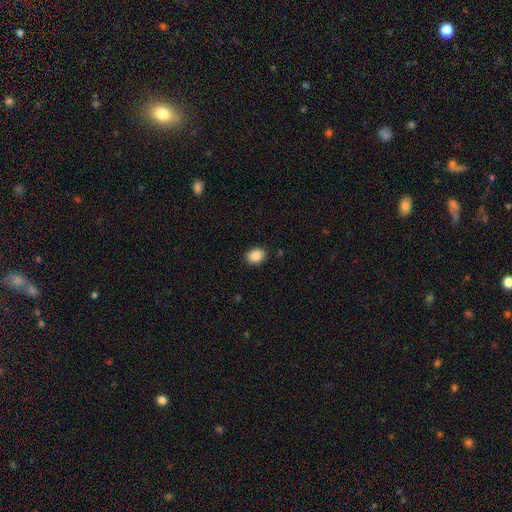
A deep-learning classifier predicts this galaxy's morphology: The model was most divided on "how rounded": in between: 65%, round: 34%, cigar-shaped: 1%. More confident: merging — none (89%); smooth or featured — smooth (88%).